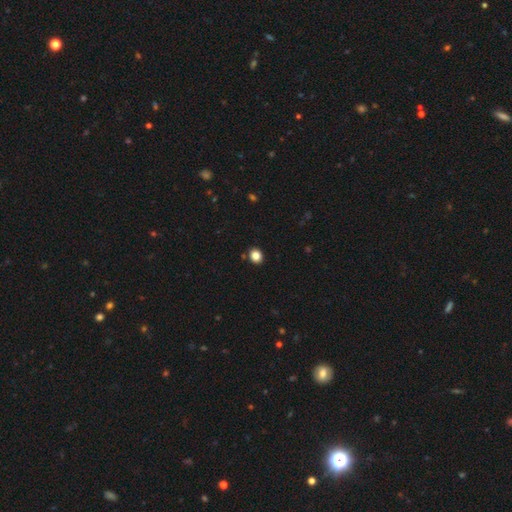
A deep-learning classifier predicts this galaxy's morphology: This appears to be a smooth galaxy with no disk features (84%) that is round (66%). Merging: none (89%).